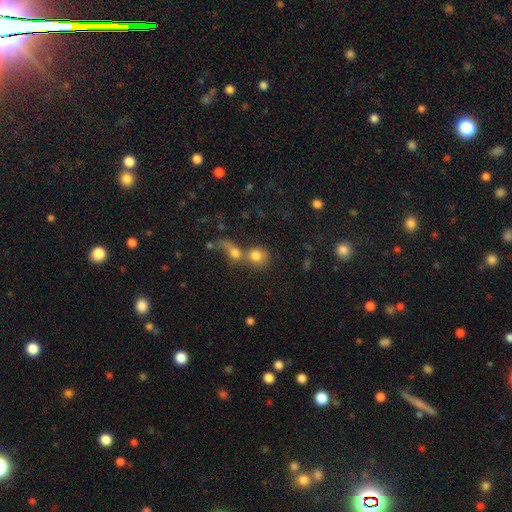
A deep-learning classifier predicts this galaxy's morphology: smooth_or_featured: smooth (p=0.76) [alt: featured or disk p=0.13]
how_rounded: round (p=0.74) [alt: in between p=0.24]
merging: merger (p=0.63) [alt: none p=0.24]